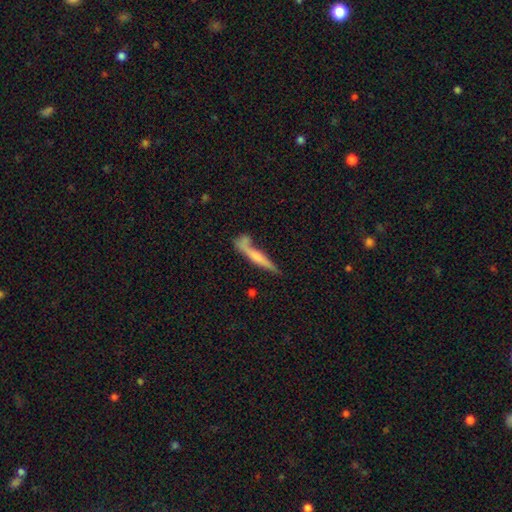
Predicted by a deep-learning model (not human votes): A smooth galaxy with no disk features (53%) that is cigar-shaped (92%).

Vote fractions:
- Smooth or featured? smooth: 53% / featured or disk: 39% / star or artifact: 7%
- How rounded? cigar-shaped: 92% / in between: 6% / round: 2%
- Merging? none: 55% / merger: 19% / minor disturbance: 18% / major disturbance: 8%